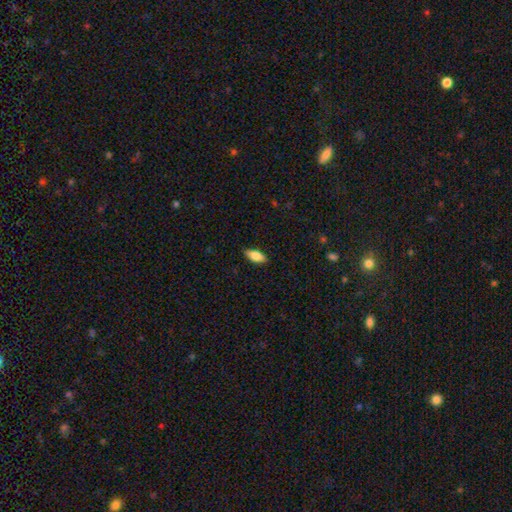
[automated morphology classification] Q: Smooth or featured?
A: smooth (79%); runner-up: featured or disk (15%)
Q: How rounded?
A: in between (85%); runner-up: cigar-shaped (13%)
Q: Merging?
A: none (87%); runner-up: minor disturbance (10%)